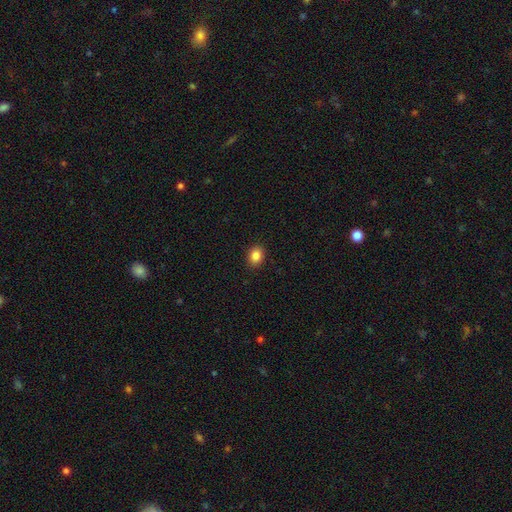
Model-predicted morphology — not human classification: This appears to be a smooth galaxy with no disk features (85%) that is in between round and cigar-shaped (53%). Merging: none (91%).